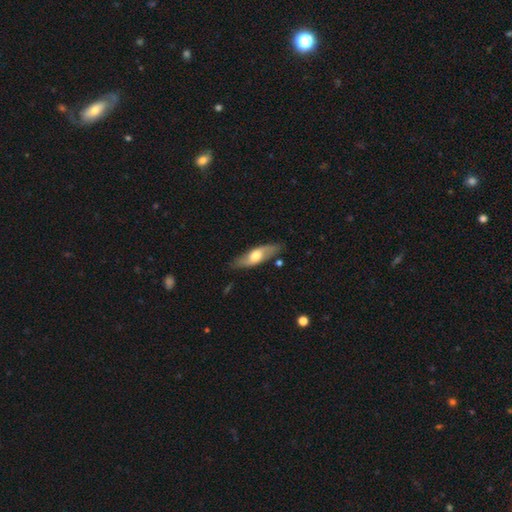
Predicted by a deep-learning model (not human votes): Q: Smooth or featured?
A: smooth (50%); runner-up: featured or disk (44%)
Q: How rounded?
A: in between (58%); runner-up: cigar-shaped (39%)
Q: Merging?
A: none (79%); runner-up: minor disturbance (15%)